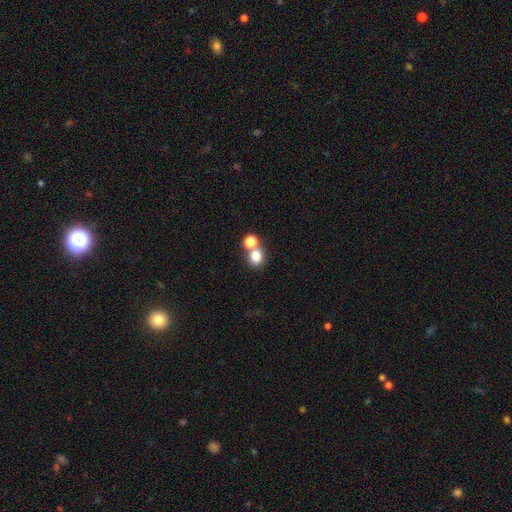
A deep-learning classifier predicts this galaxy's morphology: smooth_or_featured: smooth (p=0.79) [alt: star or artifact p=0.13]
how_rounded: round (p=0.75) [alt: in between p=0.24]
merging: none (p=0.51) [alt: merger p=0.39]